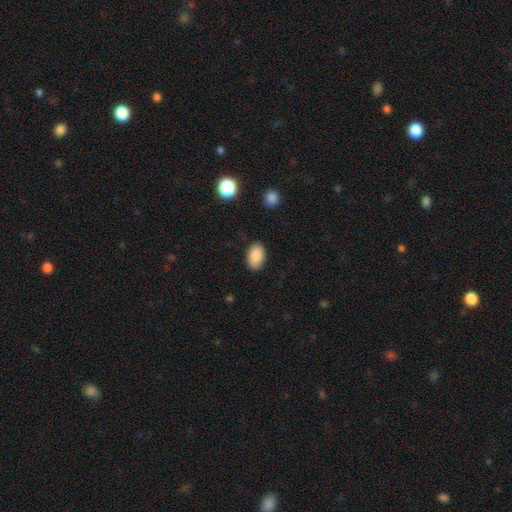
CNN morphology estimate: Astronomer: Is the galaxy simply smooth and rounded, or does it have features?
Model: smooth — 90%.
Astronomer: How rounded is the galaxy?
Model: in between — 91%.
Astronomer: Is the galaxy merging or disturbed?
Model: none — 87%.